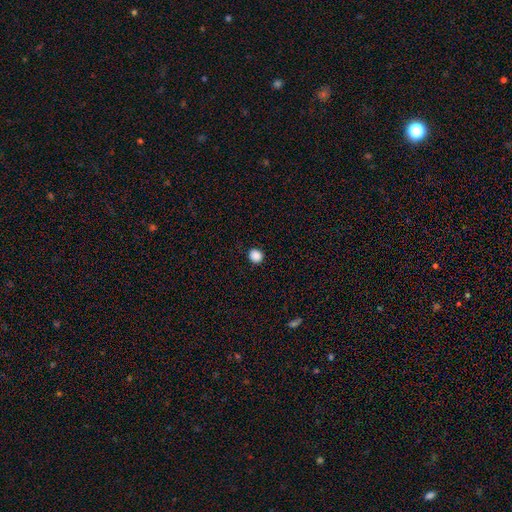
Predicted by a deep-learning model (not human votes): smooth_or_featured: smooth (p=0.88) [alt: star or artifact p=0.10]
how_rounded: round (p=0.85) [alt: in between p=0.14]
merging: none (p=0.90) [alt: minor disturbance p=0.07]